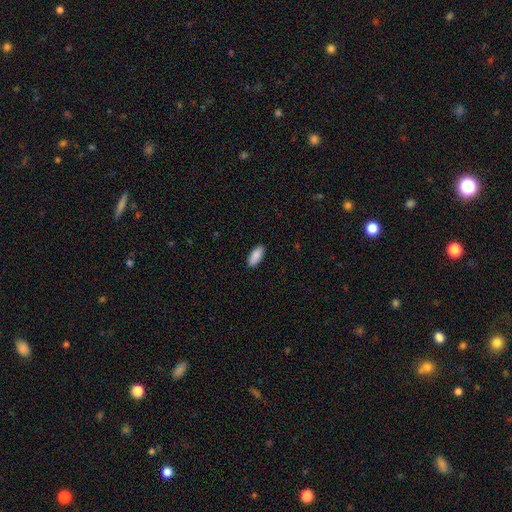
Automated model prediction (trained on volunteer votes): Smooth or featured? Predicted: smooth (p=0.89). How rounded? Predicted: in between (p=0.84). Merging? Predicted: none (p=0.90).